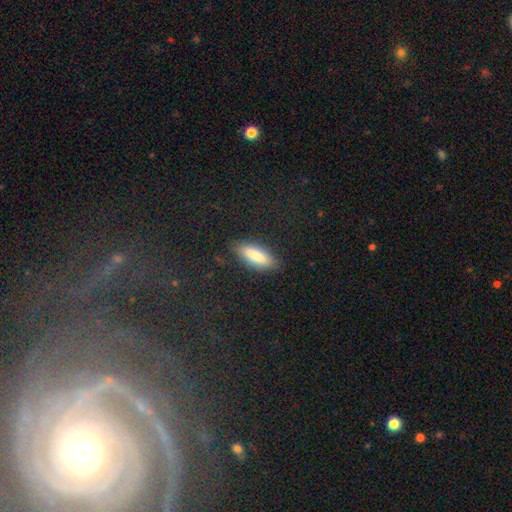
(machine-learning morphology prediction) smooth 80%, featured or disk 13%, star or artifact 7%. Down the decision tree: how rounded — in between (63%); merging — none (85%).